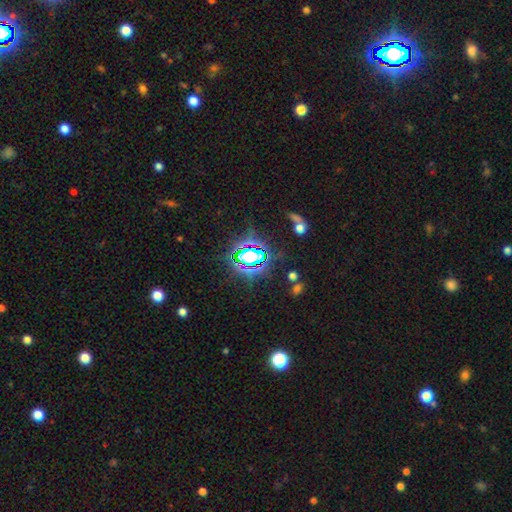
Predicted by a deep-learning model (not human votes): A star or artifact, not a galaxy (77%).

Vote fractions:
- Smooth or featured? star or artifact: 77% / smooth: 14% / featured or disk: 9%